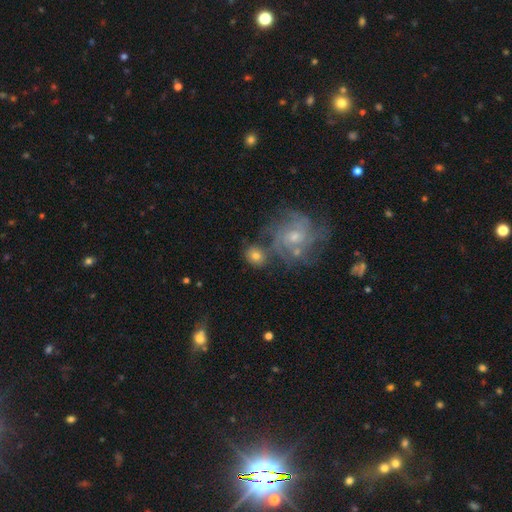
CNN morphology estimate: Smooth or featured?
  - smooth: 48% *
  - featured or disk: 43%
  - star or artifact: 9%
Merging?
  - none: 59% *
  - merger: 20%
  - minor disturbance: 14%
  - major disturbance: 7%